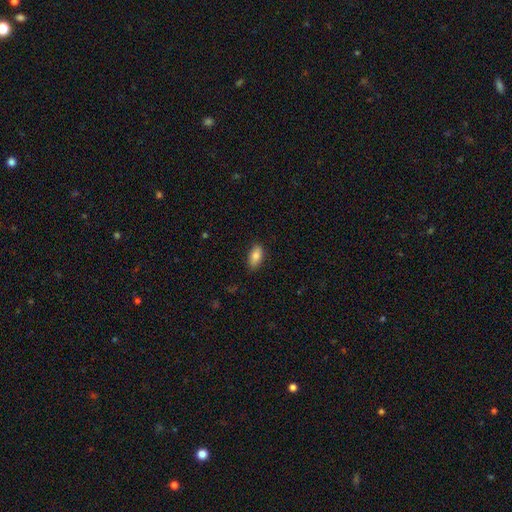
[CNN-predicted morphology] Smooth or featured? smooth (83%)
How rounded? in between (91%)
Merging? none (86%)